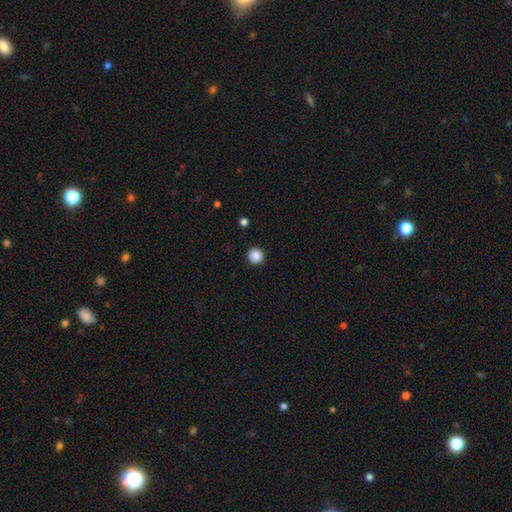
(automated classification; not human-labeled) smooth 87%, star or artifact 10%, featured or disk 3%. Down the decision tree: how rounded — round (96%); merging — none (93%).